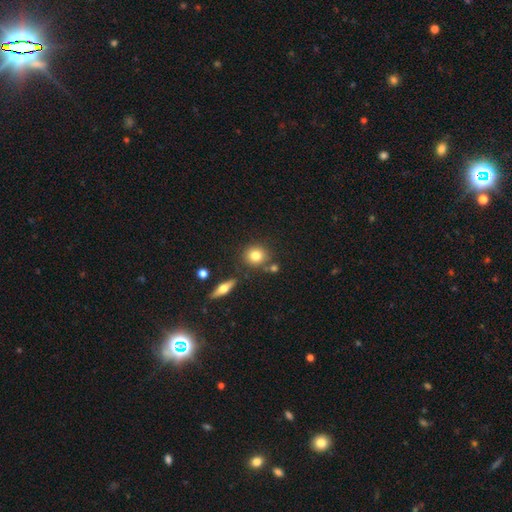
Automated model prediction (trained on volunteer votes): Smooth or featured? smooth (78%)
How rounded? round (82%)
Merging? none (76%)